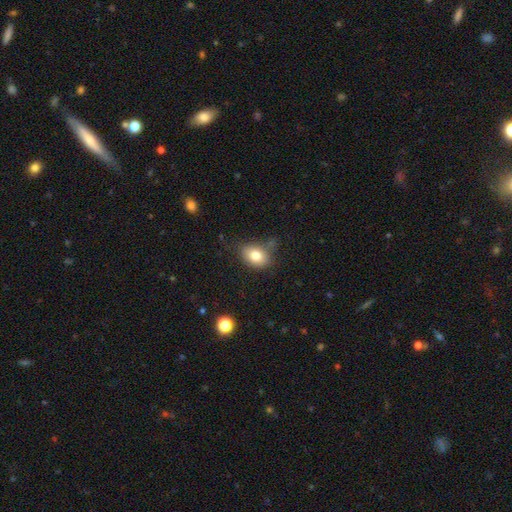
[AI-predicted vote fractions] smooth 79%, featured or disk 11%, star or artifact 10%. Down the decision tree: how rounded — in between (73%); merging — none (68%).